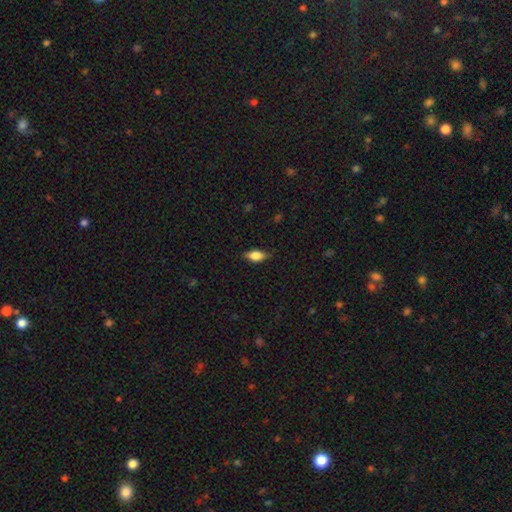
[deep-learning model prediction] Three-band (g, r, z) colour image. It shows a smooth galaxy with no disk features (76%) that is in between round and cigar-shaped (83%). Merging: none (83%).